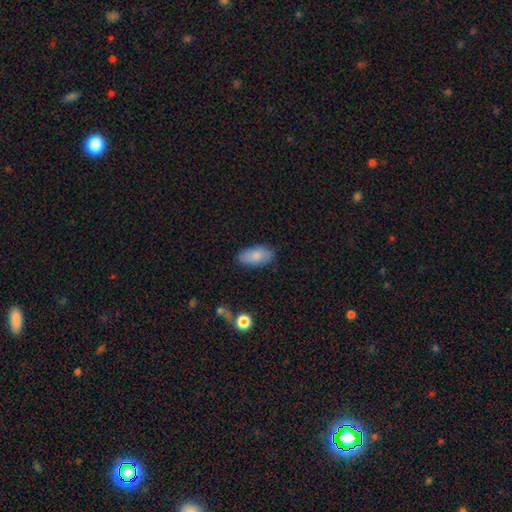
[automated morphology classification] smooth 84%, featured or disk 10%, star or artifact 7%. Down the decision tree: how rounded — in between (93%); merging — none (82%).